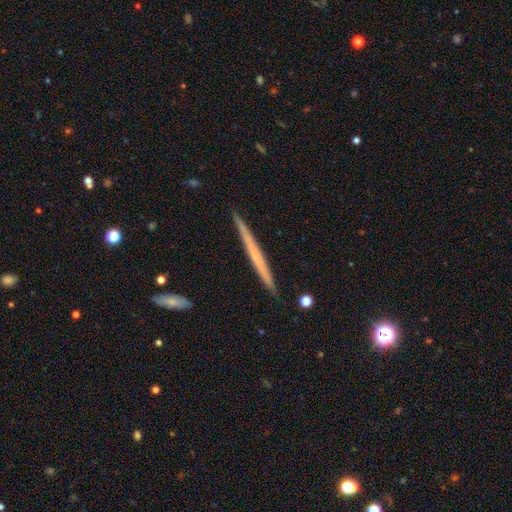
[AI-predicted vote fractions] This is possibly a featured or disk galaxy (53%). It is clearly viewed edge-on (97%). Edge-on bulge: clearly none (87%). Merging: clearly none (91%).